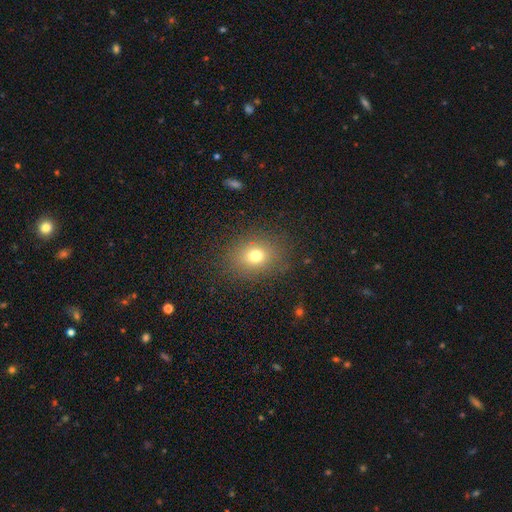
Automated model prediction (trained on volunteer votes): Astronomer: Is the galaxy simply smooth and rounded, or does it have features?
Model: smooth — 74%.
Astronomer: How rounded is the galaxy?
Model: round — 54% (runner-up: in between, 45%).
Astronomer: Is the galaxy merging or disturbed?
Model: none — 84%.